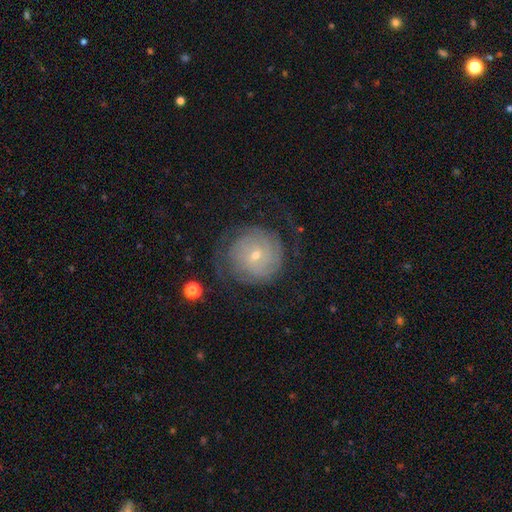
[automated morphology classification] Smooth or featured? Predicted: featured or disk (p=0.73). Edge-on disk? Predicted: no (p=0.97). Bar? Predicted: no (p=0.71). Spiral arms? Predicted: yes (p=0.89). Spiral winding? Predicted: tight (p=0.71). Spiral arm count? Predicted: can't tell (p=0.40). Bulge size? Predicted: small (p=0.74). Merging? Predicted: none (p=0.67).